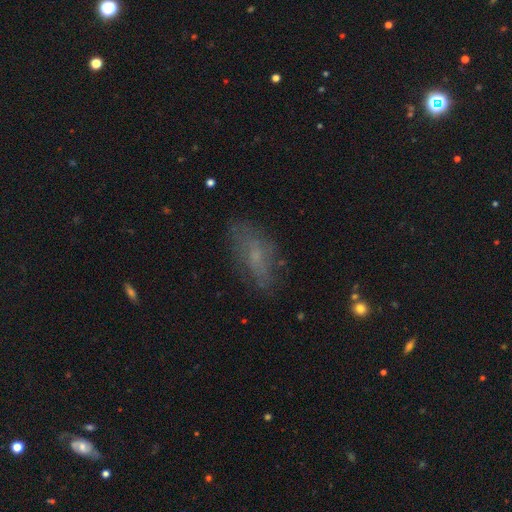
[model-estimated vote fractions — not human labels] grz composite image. It shows a smooth galaxy with no disk features (49%). Merging: none (70%).